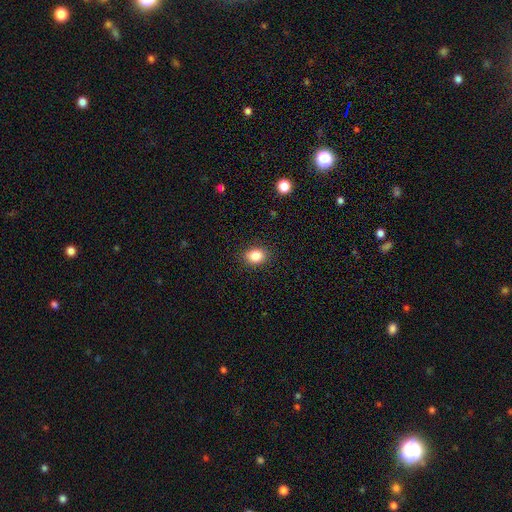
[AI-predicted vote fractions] Smooth or featured? smooth (85%)
How rounded? in between (53%)
Merging? none (89%)